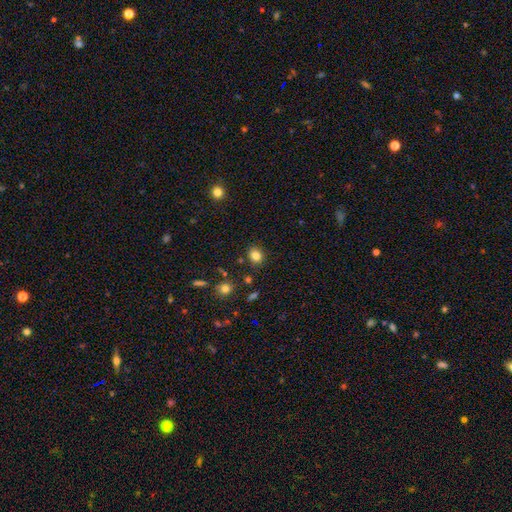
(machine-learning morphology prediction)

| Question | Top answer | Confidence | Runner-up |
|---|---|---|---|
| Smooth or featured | smooth | 83% | star or artifact (12%) |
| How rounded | round | 64% | in between (35%) |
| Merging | none | 85% | minor disturbance (9%) |